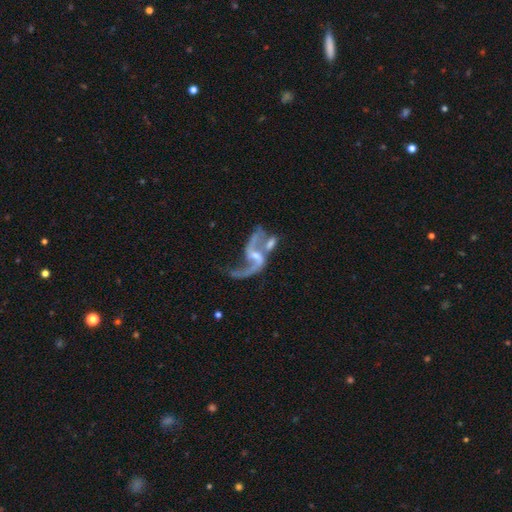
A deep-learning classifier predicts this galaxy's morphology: A featured or disk galaxy (87%) with a weak bar (44%), 2 (83%) loose (86%) spiral arms (90%) and a small central bulge (53%). Merging: merger (41%).